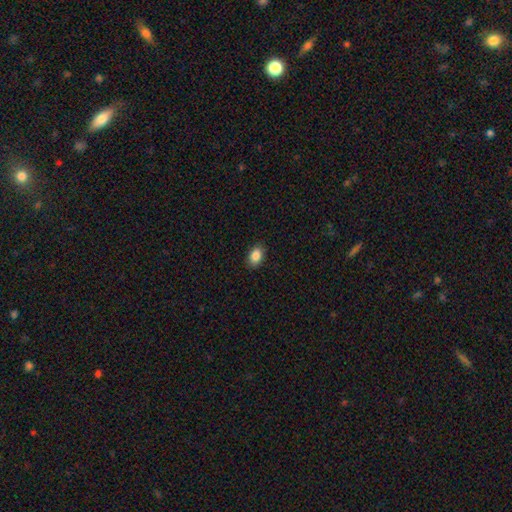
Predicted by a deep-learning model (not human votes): A smooth galaxy with no disk features (86%) that is in between round and cigar-shaped (84%).

Vote fractions:
- Smooth or featured? smooth: 86% / star or artifact: 8% / featured or disk: 5%
- How rounded? in between: 84% / round: 14% / cigar-shaped: 1%
- Merging? none: 89% / minor disturbance: 8% / major disturbance: 2% / merger: 1%